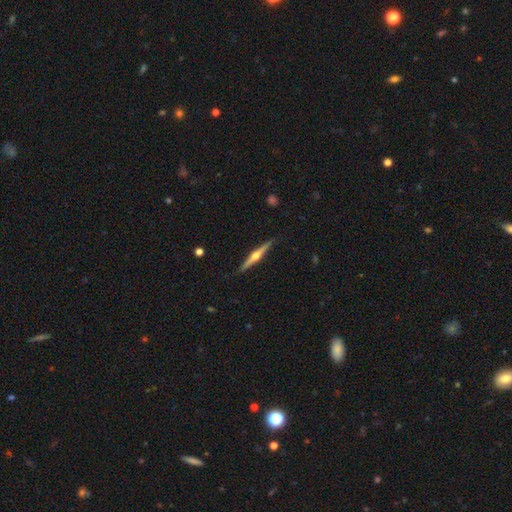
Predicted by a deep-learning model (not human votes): Smooth or featured? featured or disk (77%)
Edge-on disk? yes (98%)
Edge-on bulge? rounded (94%)
Merging? none (89%)